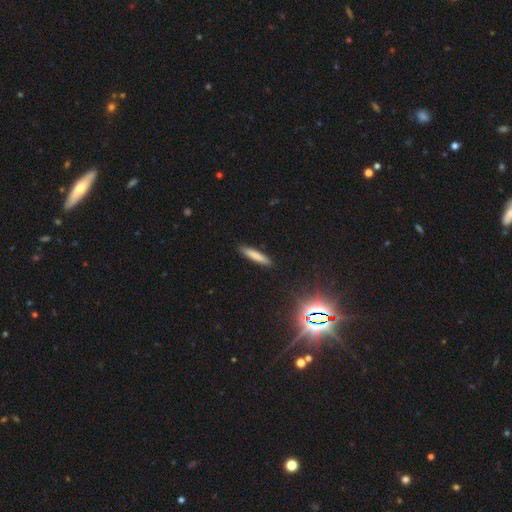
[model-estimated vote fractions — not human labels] Q: Smooth or featured?
A: smooth (77%); runner-up: featured or disk (14%)
Q: How rounded?
A: cigar-shaped (91%); runner-up: in between (8%)
Q: Merging?
A: none (90%); runner-up: minor disturbance (7%)